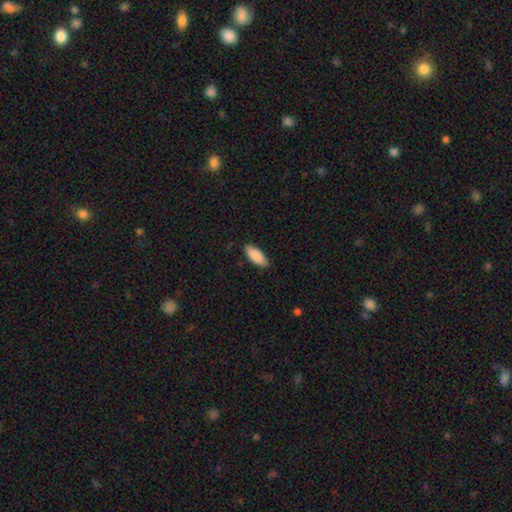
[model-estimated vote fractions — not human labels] Smooth or featured?
  - smooth: 90% *
  - star or artifact: 6%
  - featured or disk: 5%
How rounded?
  - in between: 80% *
  - cigar-shaped: 18%
  - round: 2%
Merging?
  - none: 85% *
  - minor disturbance: 12%
  - major disturbance: 2%
  - merger: 1%